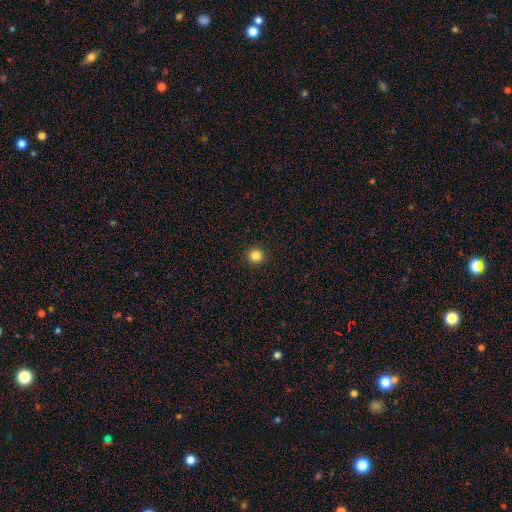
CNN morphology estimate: Smooth or featured? smooth (84%)
How rounded? round (94%)
Merging? none (93%)